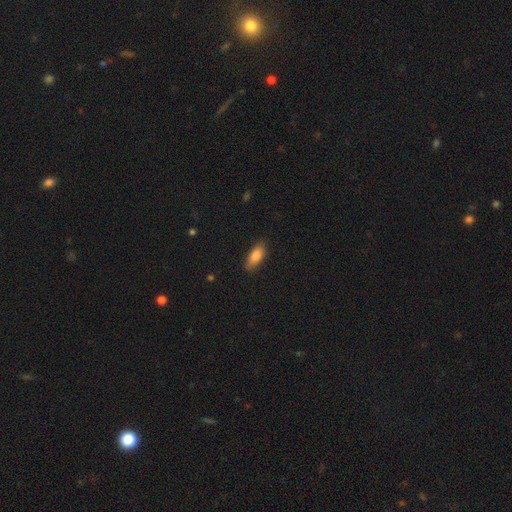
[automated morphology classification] This is clearly a smooth galaxy (82%). How rounded: likely in between (79%). Merging: clearly none (83%).